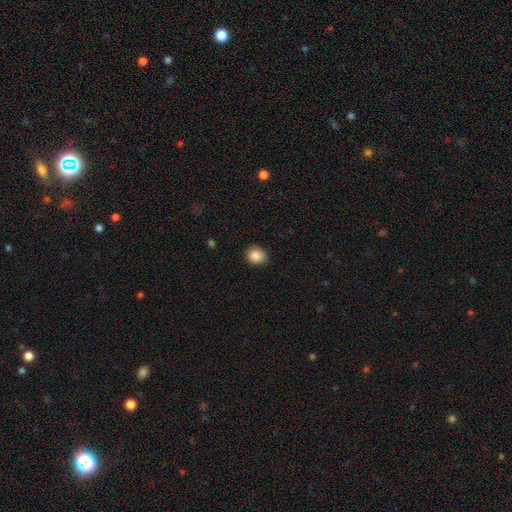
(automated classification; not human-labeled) This is clearly a smooth galaxy (88%). How rounded: likely round (64%). Merging: clearly none (86%).